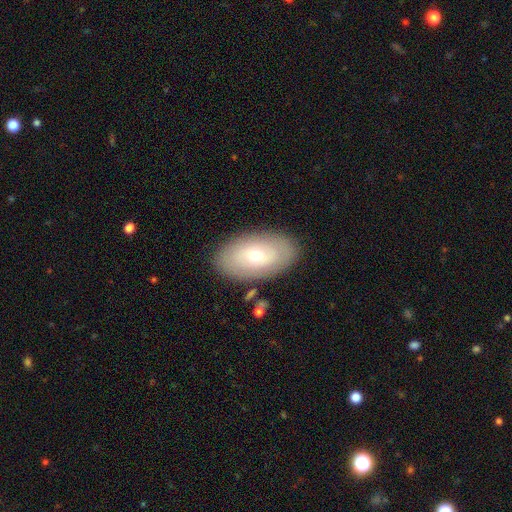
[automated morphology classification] Q: Smooth or featured?
A: smooth (55%); runner-up: featured or disk (38%)
Q: How rounded?
A: in between (93%); runner-up: round (6%)
Q: Merging?
A: none (85%); runner-up: minor disturbance (10%)